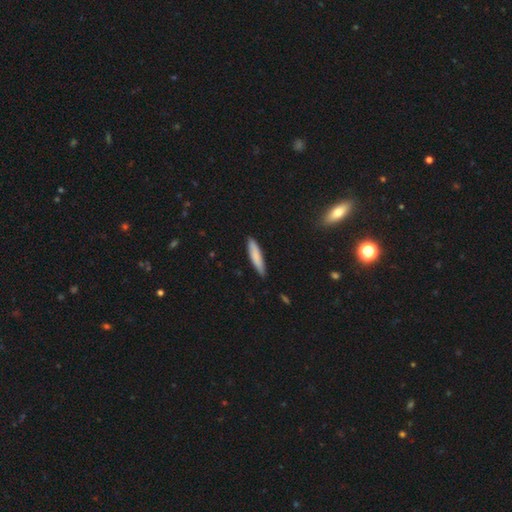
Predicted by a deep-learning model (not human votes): Q: Smooth or featured?
A: smooth (81%); runner-up: featured or disk (13%)
Q: How rounded?
A: cigar-shaped (83%); runner-up: in between (16%)
Q: Merging?
A: none (84%); runner-up: minor disturbance (13%)